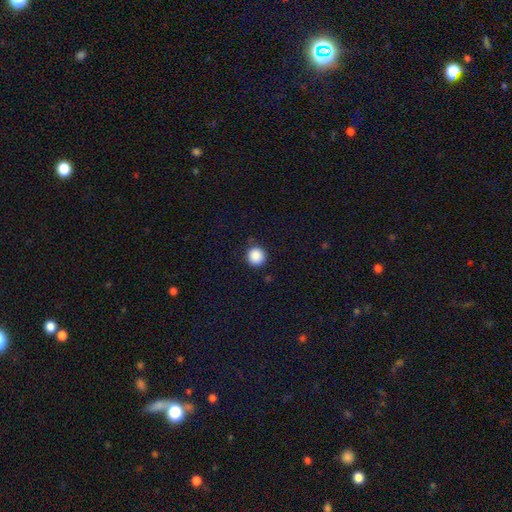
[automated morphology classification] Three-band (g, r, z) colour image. It shows a smooth galaxy with no disk features (88%) that is round (95%). Merging: none (88%).